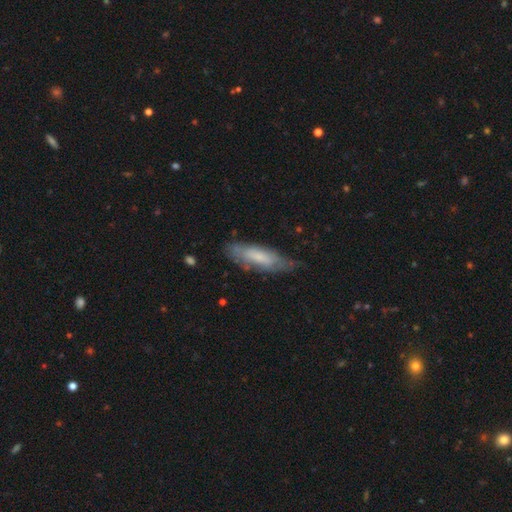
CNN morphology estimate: This is possibly a smooth galaxy (56%). How rounded: possibly cigar-shaped (55%). Merging: likely none (66%).